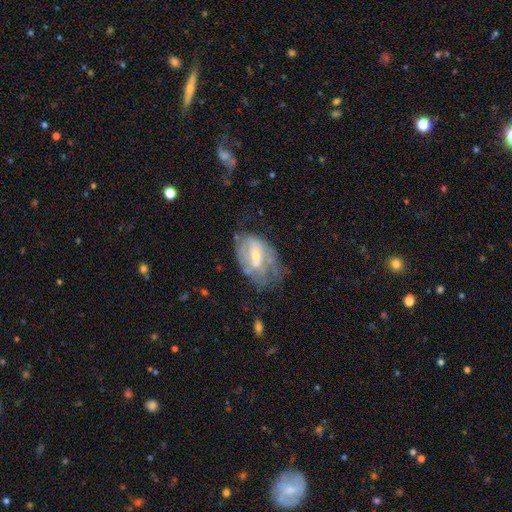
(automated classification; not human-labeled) featured or disk 65%, smooth 27%, star or artifact 8%. Down the decision tree: edge-on disk — no (94%); bar — weak (47%); spiral arms — yes (54%); bulge size — small (47%); merging — none (43%).